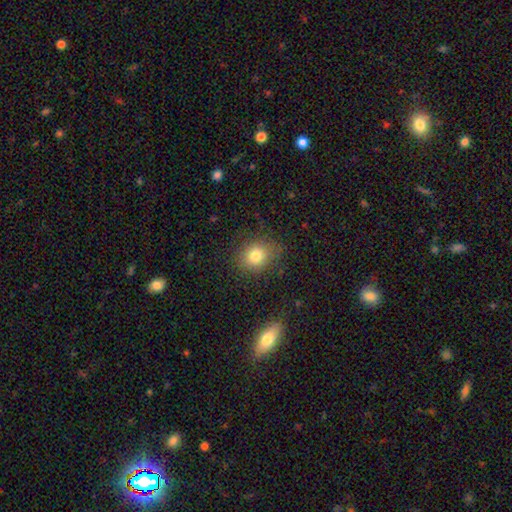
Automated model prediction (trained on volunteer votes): This appears to be a smooth galaxy with no disk features (79%) that is round (61%). Merging: none (81%).